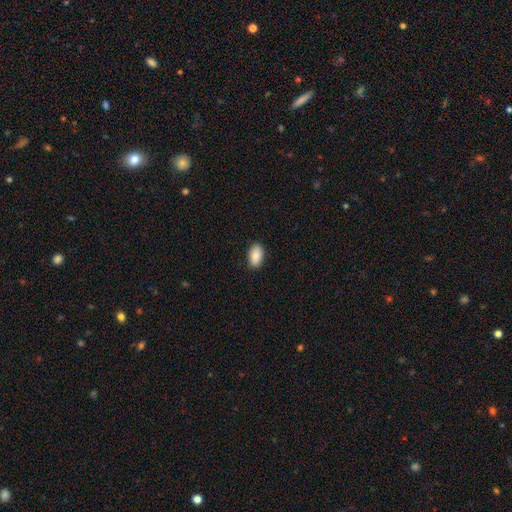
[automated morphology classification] Smooth or featured: smooth — 88% (star or artifact — 7%)
How rounded: in between — 93% (round — 5%)
Merging: none — 88% (minor disturbance — 9%)